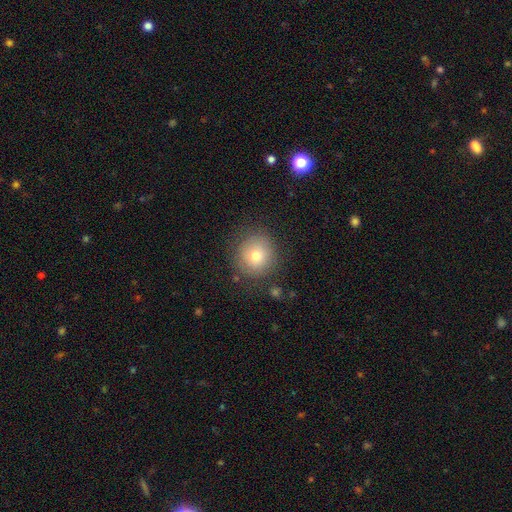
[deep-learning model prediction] The model was most divided on "smooth or featured": smooth: 74%, featured or disk: 14%, star or artifact: 12%. More confident: how rounded — round (91%); merging — none (83%).